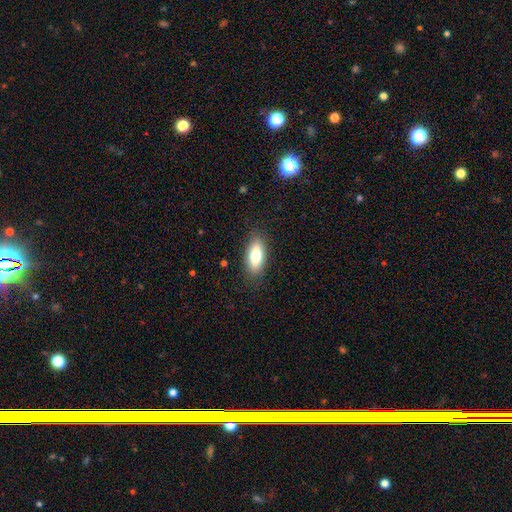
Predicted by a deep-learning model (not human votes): smooth 77%, featured or disk 16%, star or artifact 7%. Down the decision tree: how rounded — in between (79%); merging — none (86%).